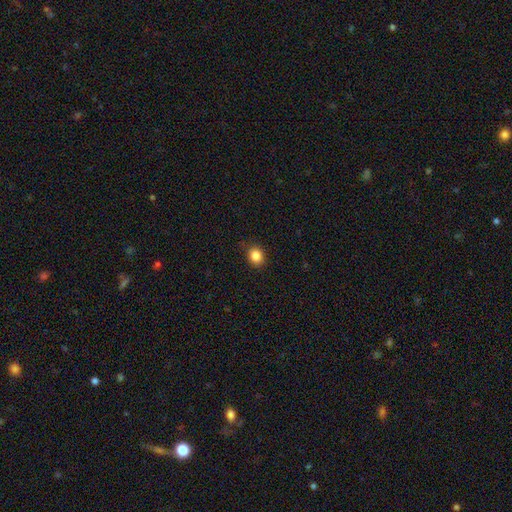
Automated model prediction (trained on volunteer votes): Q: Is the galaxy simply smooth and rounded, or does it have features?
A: smooth — 86%.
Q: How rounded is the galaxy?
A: round — 70%.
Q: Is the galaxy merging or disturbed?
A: none — 87%.